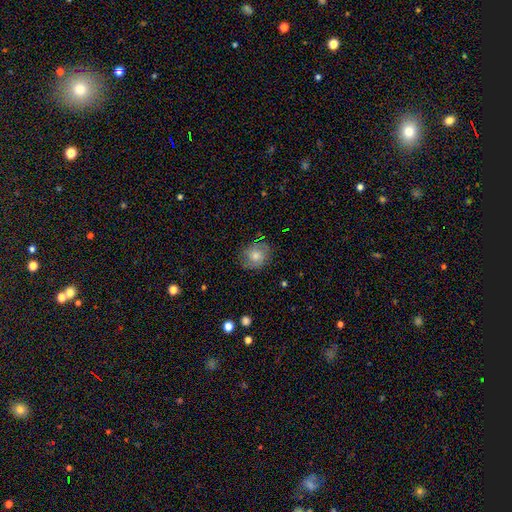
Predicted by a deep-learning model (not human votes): Q: Smooth or featured?
A: smooth (57%); runner-up: featured or disk (31%)
Q: How rounded?
A: round (78%); runner-up: in between (21%)
Q: Merging?
A: none (76%); runner-up: minor disturbance (17%)